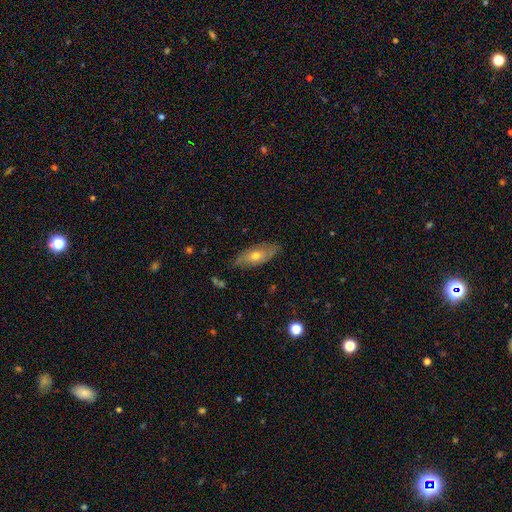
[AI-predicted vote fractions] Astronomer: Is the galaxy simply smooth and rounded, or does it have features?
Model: featured or disk — 50% (runner-up: smooth, 42%).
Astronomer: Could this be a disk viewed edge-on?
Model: no — 68%.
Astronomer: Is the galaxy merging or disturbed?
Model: none — 81%.